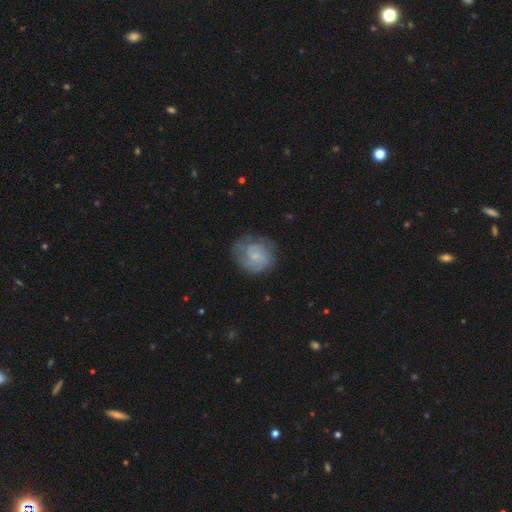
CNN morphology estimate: Smooth or featured? featured or disk (65%)
Edge-on disk? no (98%)
Bar? no (55%)
Spiral arms? yes (85%)
Spiral winding? tight (45%)
Spiral arm count? 2 (39%)
Bulge size? small (67%)
Merging? none (67%)